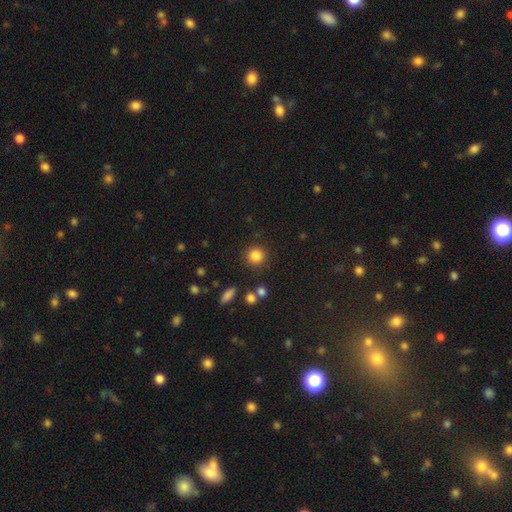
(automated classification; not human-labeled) Q: Smooth or featured?
A: smooth (84%); runner-up: star or artifact (11%)
Q: How rounded?
A: round (91%); runner-up: in between (8%)
Q: Merging?
A: none (86%); runner-up: minor disturbance (7%)